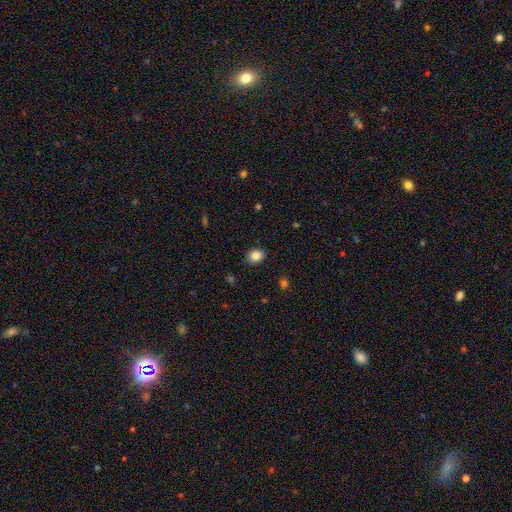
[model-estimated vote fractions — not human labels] This appears to be a smooth galaxy with no disk features (86%) that is round (52%). Merging: none (88%).